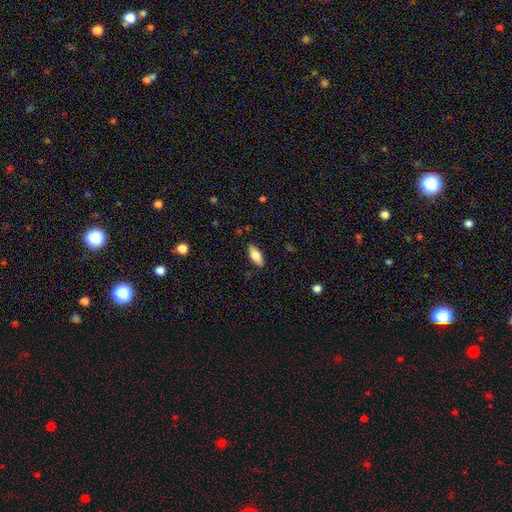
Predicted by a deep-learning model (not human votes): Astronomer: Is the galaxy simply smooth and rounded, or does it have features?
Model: smooth — 78%.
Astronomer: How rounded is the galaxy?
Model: in between — 84%.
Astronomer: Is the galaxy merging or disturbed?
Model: none — 87%.